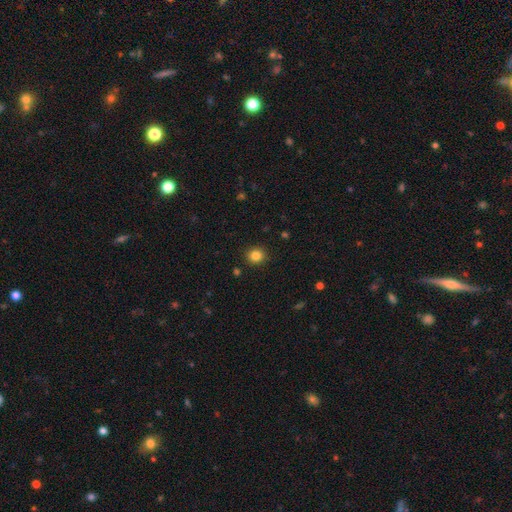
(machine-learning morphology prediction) Q: Smooth or featured?
A: smooth (84%); runner-up: star or artifact (12%)
Q: How rounded?
A: round (85%); runner-up: in between (14%)
Q: Merging?
A: none (90%); runner-up: minor disturbance (6%)